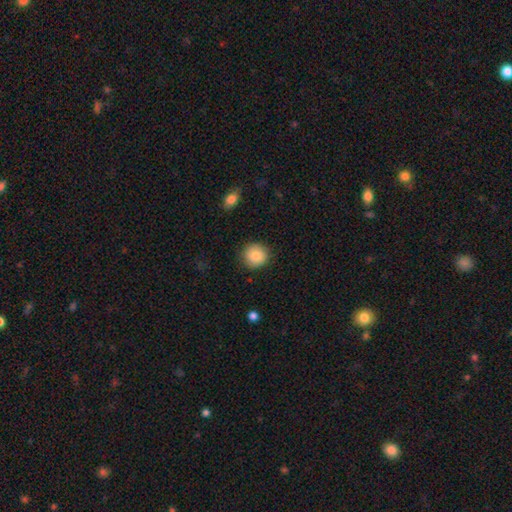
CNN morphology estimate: smooth_or_featured: smooth (p=0.86) [alt: star or artifact p=0.08]
how_rounded: round (p=0.92) [alt: in between p=0.07]
merging: none (p=0.88) [alt: minor disturbance p=0.09]